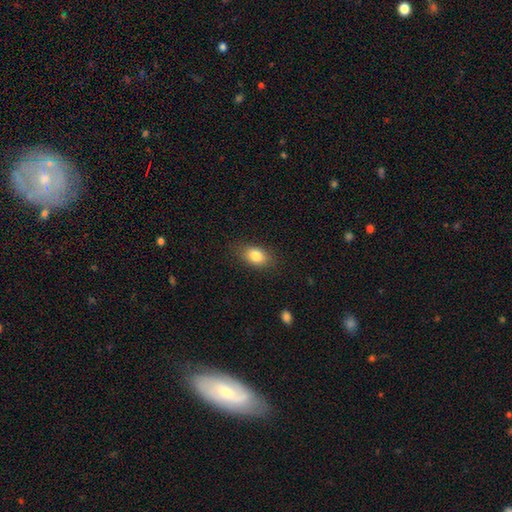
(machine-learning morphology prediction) smooth_or_featured: smooth (p=0.84) [alt: star or artifact p=0.08]
how_rounded: in between (p=0.81) [alt: round p=0.17]
merging: none (p=0.82) [alt: minor disturbance p=0.14]